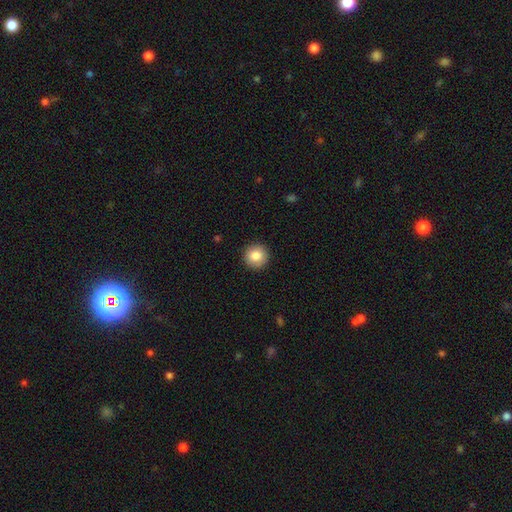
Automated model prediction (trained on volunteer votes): smooth 85%, star or artifact 8%, featured or disk 7%. Down the decision tree: how rounded — round (95%); merging — none (92%).